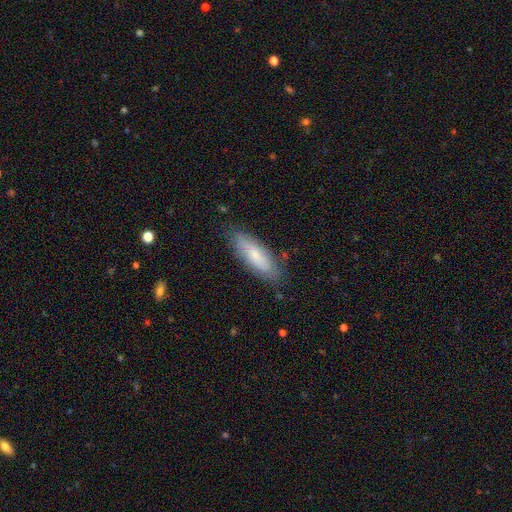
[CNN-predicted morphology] Overall: smooth (69%). How rounded: in between (54%; cigar-shaped 44%). Merging: none (80%).